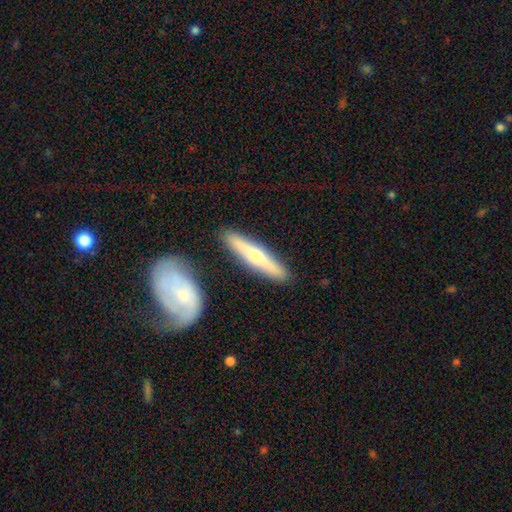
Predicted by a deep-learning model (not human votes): A featured or disk galaxy (55%) viewed edge-on (92%) with a rounded central bulge (89%).

Vote fractions:
- Smooth or featured? featured or disk: 55% / smooth: 40% / star or artifact: 5%
- Edge-on disk? yes: 92% / no: 8%
- Edge-on bulge? rounded: 89% / none: 9% / boxy: 3%
- Merging? none: 88% / minor disturbance: 7% / merger: 3% / major disturbance: 2%